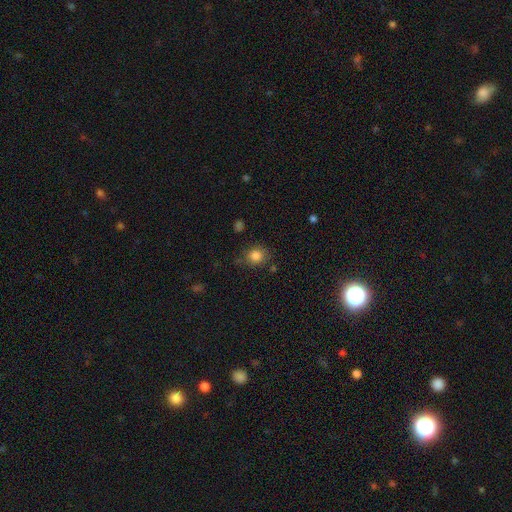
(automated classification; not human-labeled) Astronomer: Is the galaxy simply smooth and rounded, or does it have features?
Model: smooth — 83%.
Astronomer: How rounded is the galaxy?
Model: round — 75%.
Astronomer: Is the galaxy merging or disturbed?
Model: none — 76%.